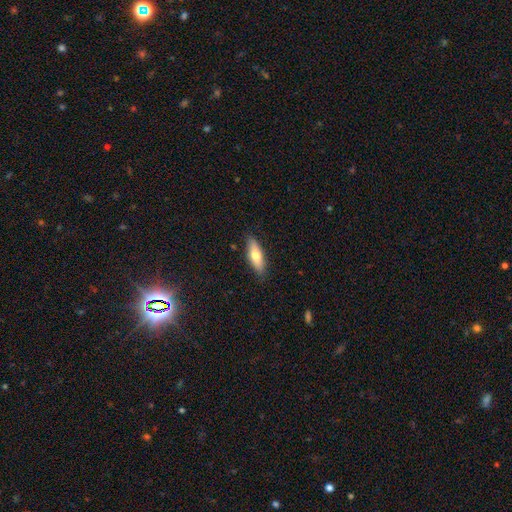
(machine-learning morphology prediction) smooth-or-featured: smooth: 66% | featured or disk: 28% | star or artifact: 6%
  how-rounded: in between: 59% | cigar-shaped: 38% | round: 2%
  merging: none: 86% | minor disturbance: 11% | major disturbance: 2% | merger: 1%